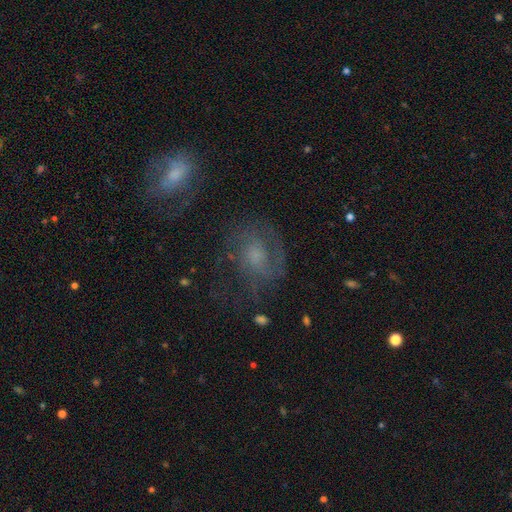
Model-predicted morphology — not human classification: This appears to be a featured or disk galaxy (63%) with no bar (67%), 2 (49%) medium (46%) spiral arms (85%) and a moderate central bulge (36%). Merging: none (60%).